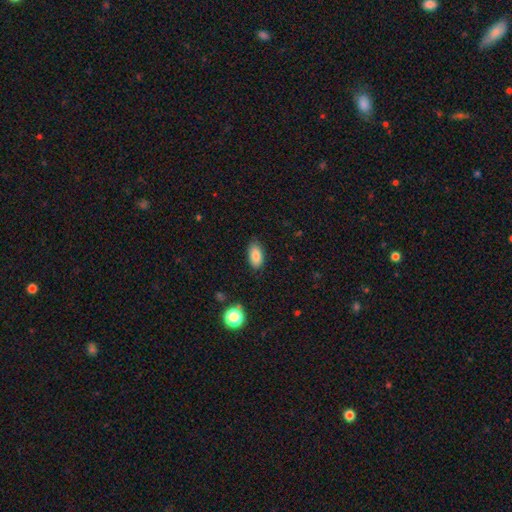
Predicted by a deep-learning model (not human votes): Smooth or featured?
  - smooth: 85% *
  - star or artifact: 8%
  - featured or disk: 6%
How rounded?
  - in between: 92% *
  - cigar-shaped: 4%
  - round: 4%
Merging?
  - none: 85% *
  - minor disturbance: 12%
  - major disturbance: 3%
  - merger: 1%